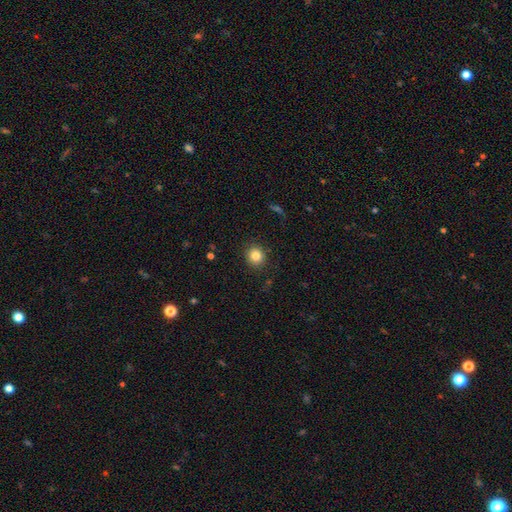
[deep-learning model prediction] This appears to be a smooth galaxy with no disk features (83%) that is round (87%). Merging: none (90%).